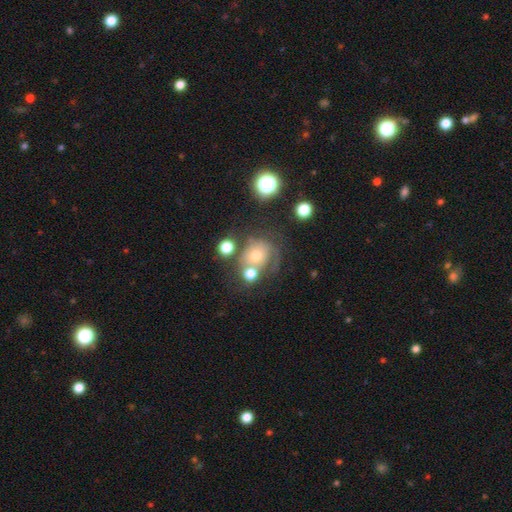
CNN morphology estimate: smooth 48%, featured or disk 36%, star or artifact 17%. Down the decision tree: merging — none (42%).